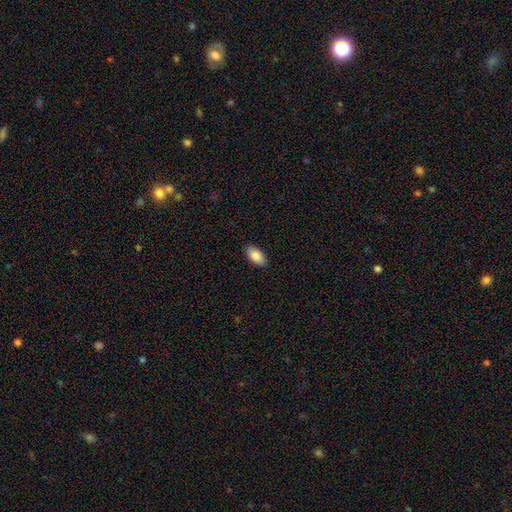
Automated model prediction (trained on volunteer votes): This appears to be a smooth galaxy with no disk features (87%) that is in between round and cigar-shaped (94%). Merging: none (89%).